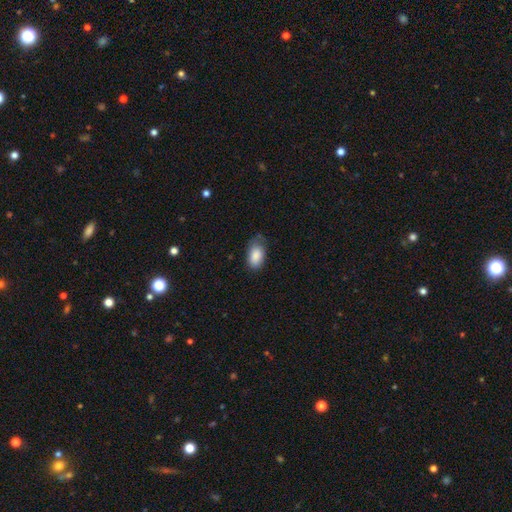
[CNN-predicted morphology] This appears to be a smooth galaxy with no disk features (87%) that is in between round and cigar-shaped (93%). Merging: none (61%).